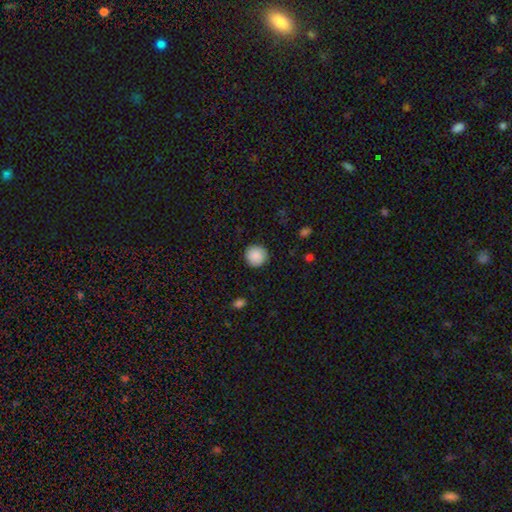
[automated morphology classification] Smooth or featured: smooth — 89% (star or artifact — 8%)
How rounded: round — 95% (in between — 4%)
Merging: none — 91% (minor disturbance — 6%)